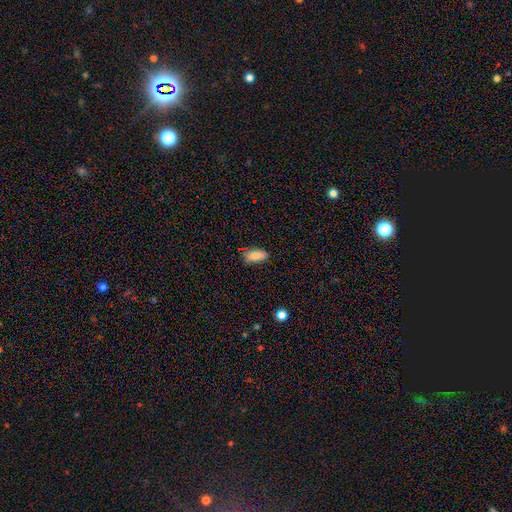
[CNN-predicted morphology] Smooth or featured?
  - smooth: 86% *
  - star or artifact: 7%
  - featured or disk: 7%
How rounded?
  - in between: 87% *
  - cigar-shaped: 11%
  - round: 2%
Merging?
  - none: 80% *
  - minor disturbance: 16%
  - major disturbance: 3%
  - merger: 2%